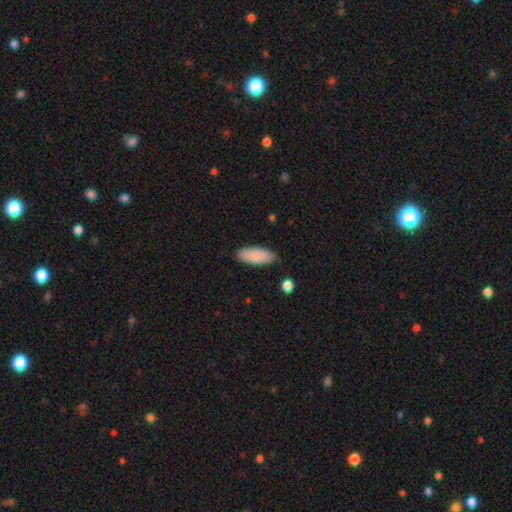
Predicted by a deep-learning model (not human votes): This is clearly a smooth galaxy (87%). How rounded: clearly in between (82%). Merging: clearly none (84%).